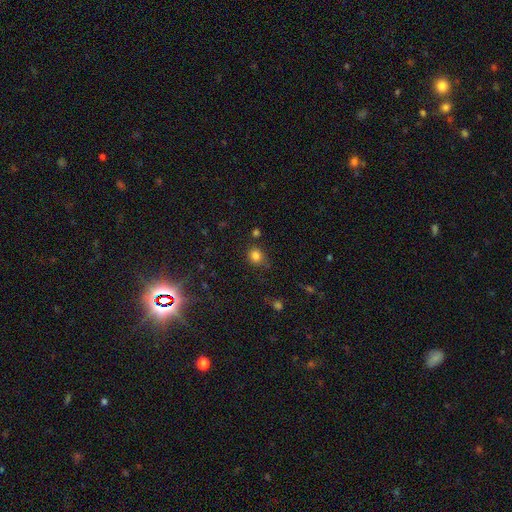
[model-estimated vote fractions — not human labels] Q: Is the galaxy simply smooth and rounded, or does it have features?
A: smooth — 82%.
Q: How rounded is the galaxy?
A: round — 78%.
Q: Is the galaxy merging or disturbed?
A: none — 75%.